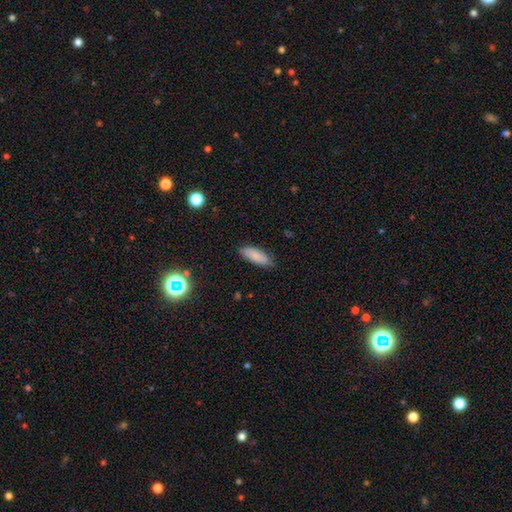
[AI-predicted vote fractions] smooth_or_featured: smooth (p=0.86) [alt: star or artifact p=0.07]
how_rounded: in between (p=0.67) [alt: cigar-shaped p=0.31]
merging: none (p=0.83) [alt: minor disturbance p=0.14]